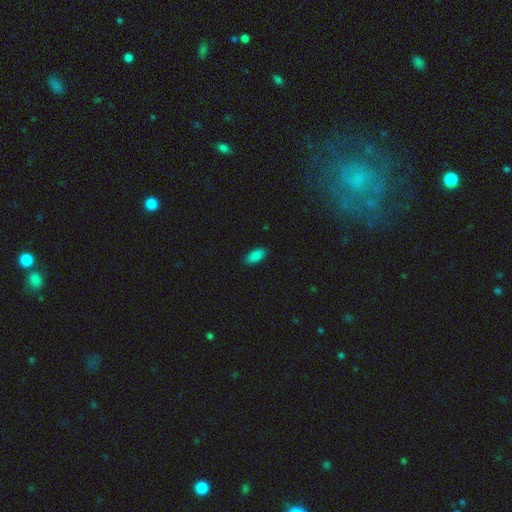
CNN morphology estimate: Smooth or featured?
  - smooth: 88% *
  - star or artifact: 8%
  - featured or disk: 4%
How rounded?
  - in between: 90% *
  - cigar-shaped: 8%
  - round: 2%
Merging?
  - none: 87% *
  - minor disturbance: 10%
  - major disturbance: 2%
  - merger: 1%